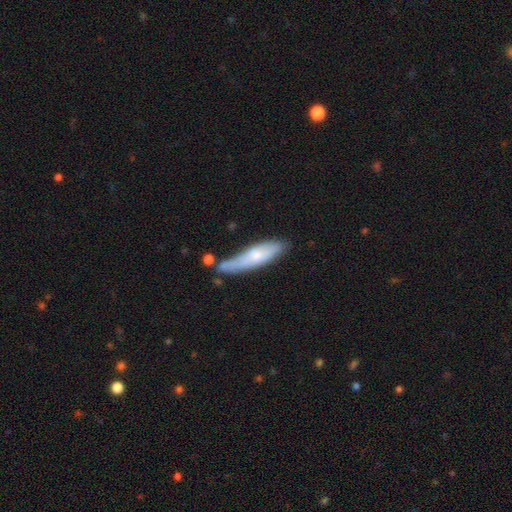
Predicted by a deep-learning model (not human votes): A smooth galaxy with no disk features (62%) that is cigar-shaped (74%).

Vote fractions:
- Smooth or featured? smooth: 62% / featured or disk: 32% / star or artifact: 6%
- How rounded? cigar-shaped: 74% / in between: 24% / round: 2%
- Merging? none: 51% / minor disturbance: 29% / merger: 12% / major disturbance: 8%